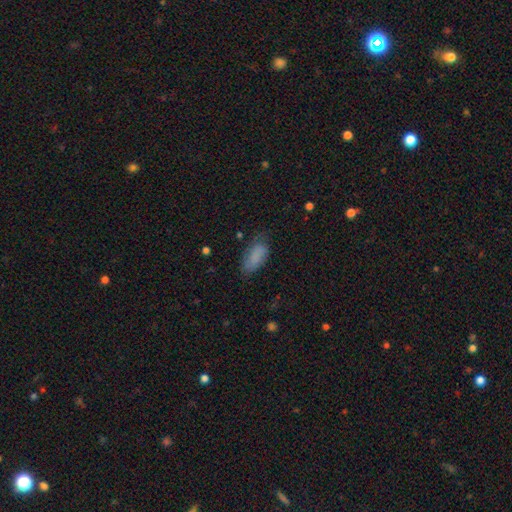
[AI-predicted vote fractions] smooth 82%, featured or disk 10%, star or artifact 8%. Down the decision tree: how rounded — in between (88%); merging — none (68%).